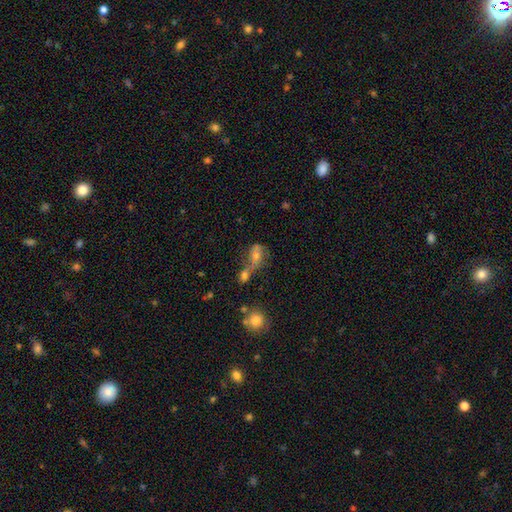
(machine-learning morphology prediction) This appears to be a smooth galaxy with no disk features (46%). Merging: merger (44%).